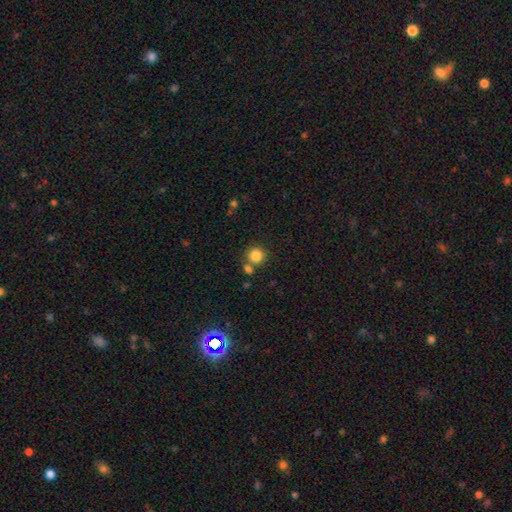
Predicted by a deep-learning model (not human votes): The model was most divided on "merging": none: 70%, merger: 18%, minor disturbance: 9%, major disturbance: 3%. More confident: how rounded — round (91%); smooth or featured — smooth (83%).